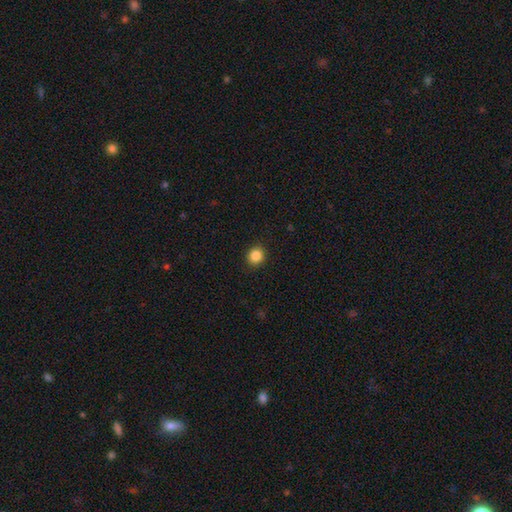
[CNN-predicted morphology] smooth 86%, star or artifact 10%, featured or disk 4%. Down the decision tree: how rounded — round (86%); merging — none (91%).